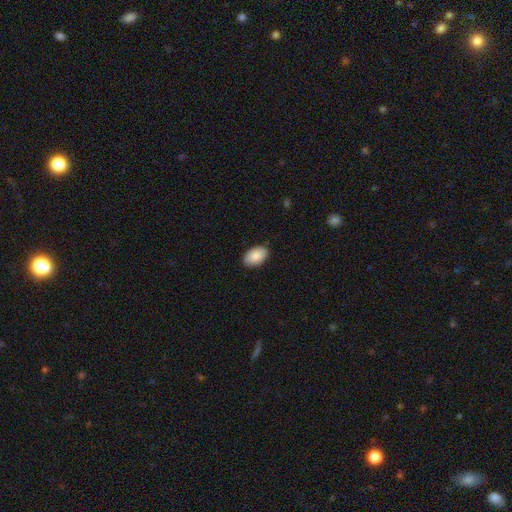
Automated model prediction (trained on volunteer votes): A smooth galaxy with no disk features (89%) that is in between round and cigar-shaped (93%).

Vote fractions:
- Smooth or featured? smooth: 89% / star or artifact: 6% / featured or disk: 5%
- How rounded? in between: 93% / round: 5% / cigar-shaped: 1%
- Merging? none: 87% / minor disturbance: 10% / major disturbance: 2% / merger: 1%